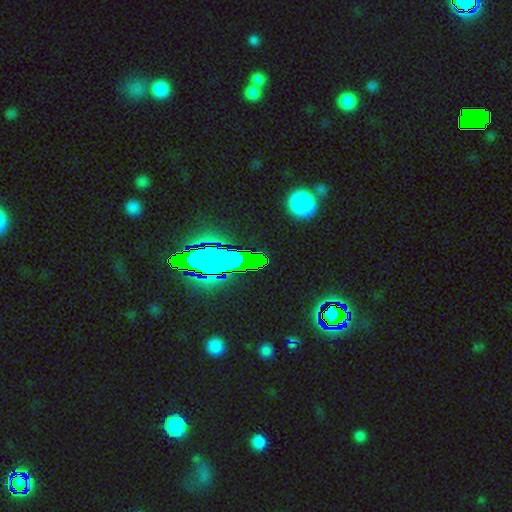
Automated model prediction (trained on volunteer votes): smooth-or-featured: star or artifact: 63% | smooth: 24% | featured or disk: 13%